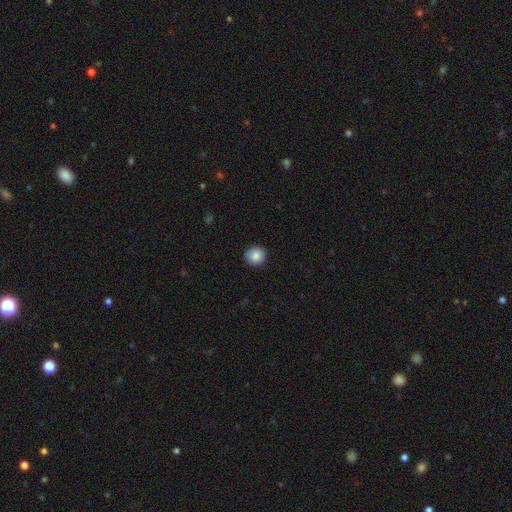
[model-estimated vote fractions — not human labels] smooth-or-featured: smooth: 85% | star or artifact: 9% | featured or disk: 7%
  how-rounded: round: 91% | in between: 8% | cigar-shaped: 1%
  merging: none: 88% | minor disturbance: 9% | major disturbance: 2% | merger: 1%